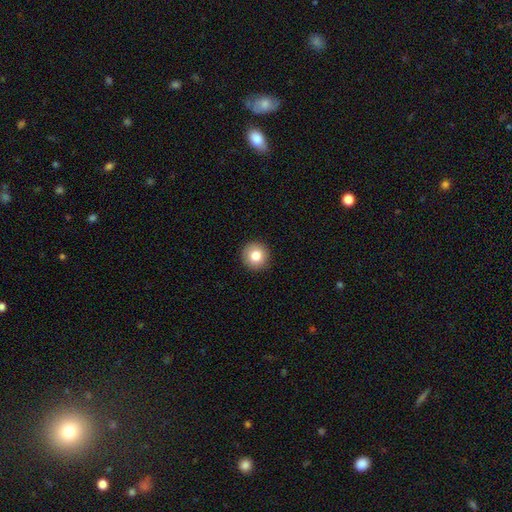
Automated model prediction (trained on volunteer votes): smooth 82%, star or artifact 9%, featured or disk 9%. Down the decision tree: how rounded — round (94%); merging — none (93%).